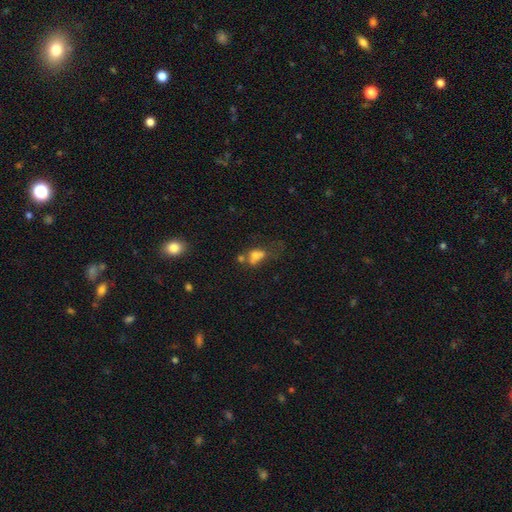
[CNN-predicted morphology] A smooth galaxy with no disk features (62%) that is in between round and cigar-shaped (53%). Merging: merger (48%).